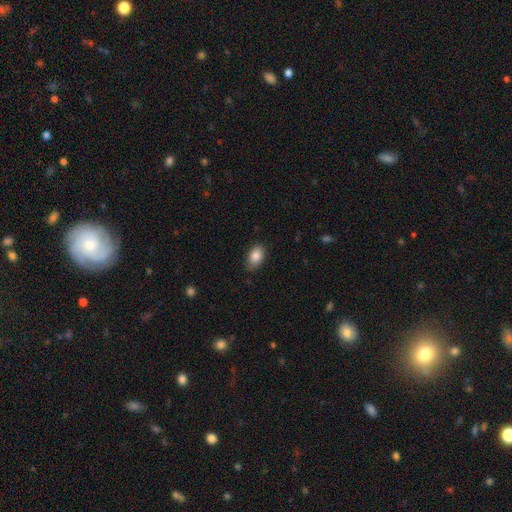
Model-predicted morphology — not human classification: Smooth or featured: smooth — 86% (star or artifact — 7%)
How rounded: in between — 88% (round — 11%)
Merging: none — 78% (minor disturbance — 18%)